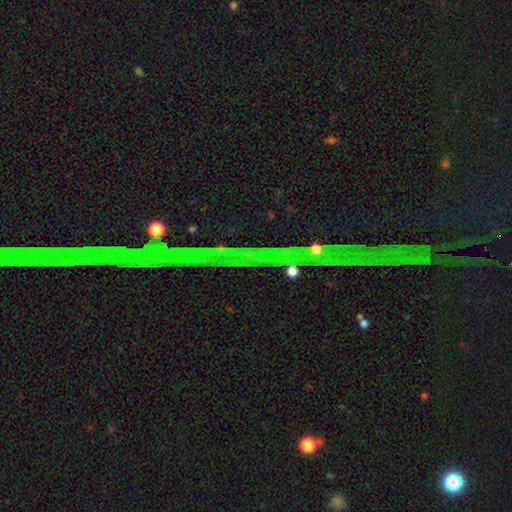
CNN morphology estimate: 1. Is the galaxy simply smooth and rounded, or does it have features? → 82% star or artifact, 11% featured or disk, 7% smooth.